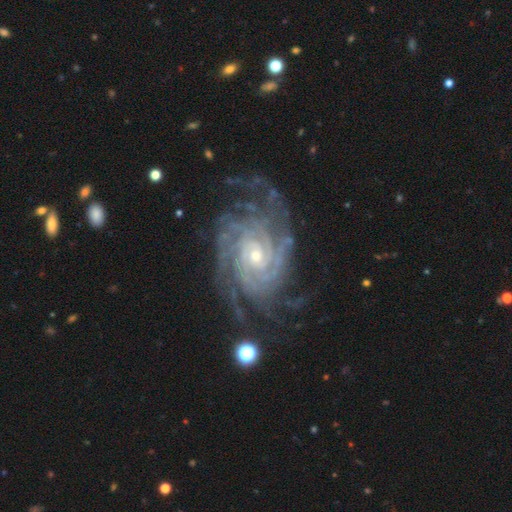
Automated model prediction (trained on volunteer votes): This appears to be a featured or disk galaxy (92%) with no bar (61%), 4 (25%) tight (76%) spiral arms (98%) and a small central bulge (64%). Merging: none (70%).